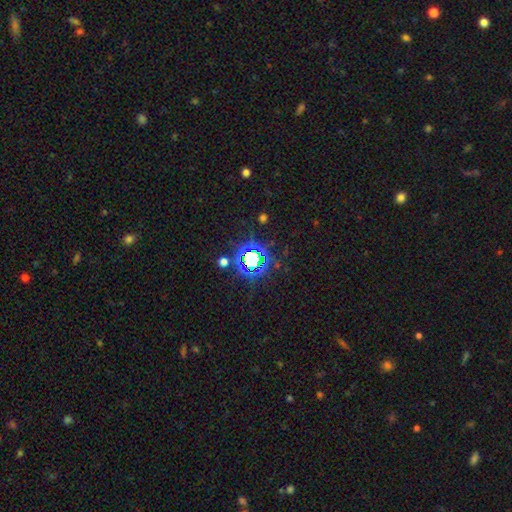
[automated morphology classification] smooth_or_featured: star or artifact (p=0.76) [alt: smooth p=0.15]